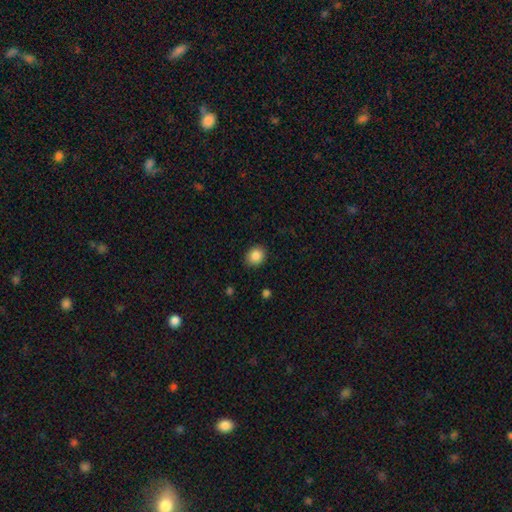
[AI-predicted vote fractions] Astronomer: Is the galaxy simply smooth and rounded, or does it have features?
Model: smooth — 87%.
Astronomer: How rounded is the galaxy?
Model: round — 63%.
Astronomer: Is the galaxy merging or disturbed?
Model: none — 88%.